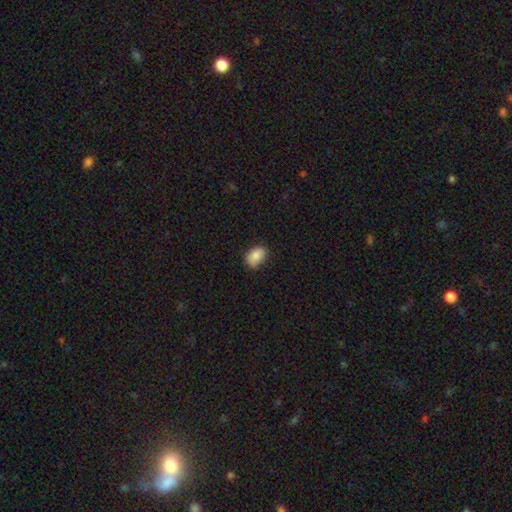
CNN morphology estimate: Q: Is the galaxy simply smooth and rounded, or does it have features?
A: smooth — 86%.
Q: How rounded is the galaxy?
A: in between — 86%.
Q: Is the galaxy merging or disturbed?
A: none — 75%.